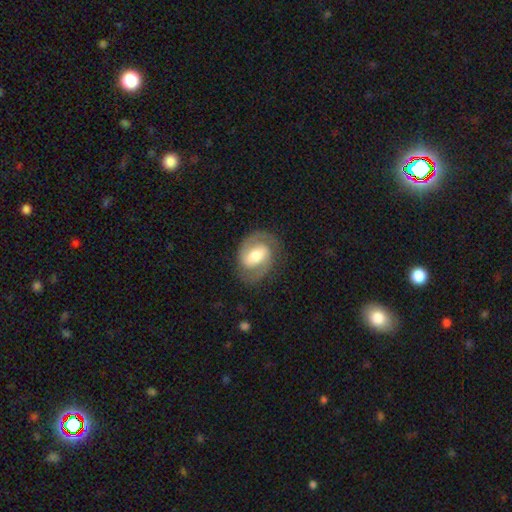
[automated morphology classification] Smooth or featured: featured or disk — 79% (smooth — 15%)
Edge-on disk: no — 98% (yes — 2%)
Bar: weak — 43% (strong — 31%)
Spiral arms: yes — 92% (no — 8%)
Spiral winding: medium — 48% (tight — 38%)
Spiral arm count: 2 — 90% (can't tell — 4%)
Bulge size: moderate — 50% (large — 30%)
Merging: none — 78% (minor disturbance — 14%)